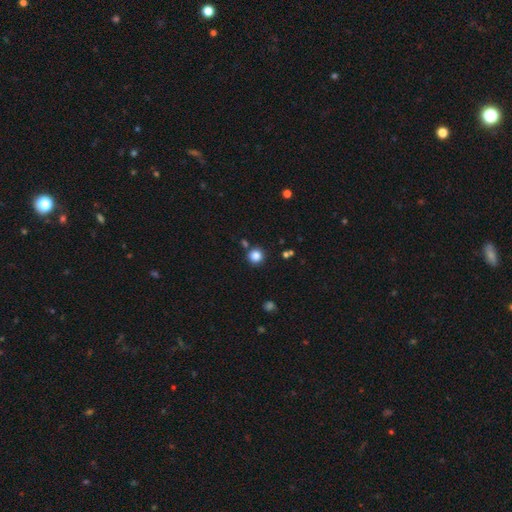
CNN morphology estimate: type=smooth (84%); roundness=round (94%); merging=none (83%).